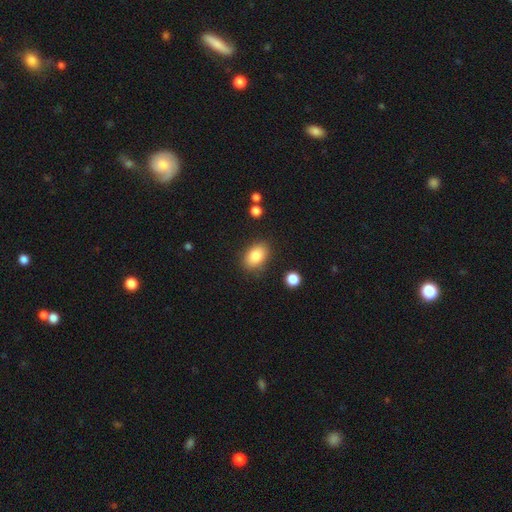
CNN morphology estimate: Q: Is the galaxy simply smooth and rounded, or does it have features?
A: smooth — 85%.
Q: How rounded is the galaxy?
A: in between — 87%.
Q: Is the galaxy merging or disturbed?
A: none — 84%.